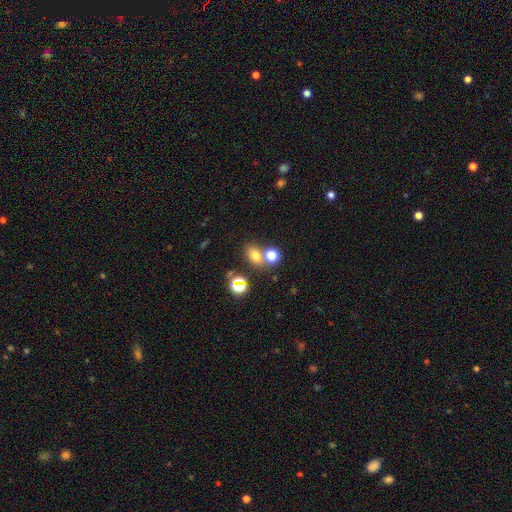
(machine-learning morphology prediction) The model was most divided on "how rounded": in between: 57%, round: 42%, cigar-shaped: 1%. More confident: smooth or featured — smooth (68%); merging — none (57%).